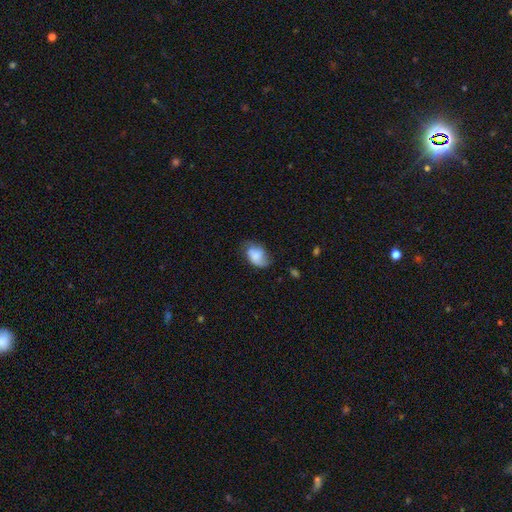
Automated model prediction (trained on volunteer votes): A smooth galaxy with no disk features (69%) that is in between round and cigar-shaped (86%).

Vote fractions:
- Smooth or featured? smooth: 69% / featured or disk: 23% / star or artifact: 8%
- How rounded? in between: 86% / round: 13% / cigar-shaped: 1%
- Merging? none: 52% / minor disturbance: 34% / major disturbance: 12% / merger: 2%